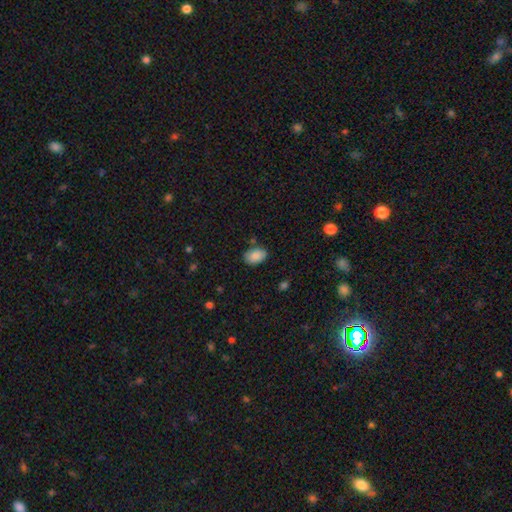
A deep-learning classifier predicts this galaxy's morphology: smooth_or_featured: smooth (p=0.87) [alt: star or artifact p=0.08]
how_rounded: in between (p=0.85) [alt: round p=0.13]
merging: none (p=0.77) [alt: minor disturbance p=0.16]